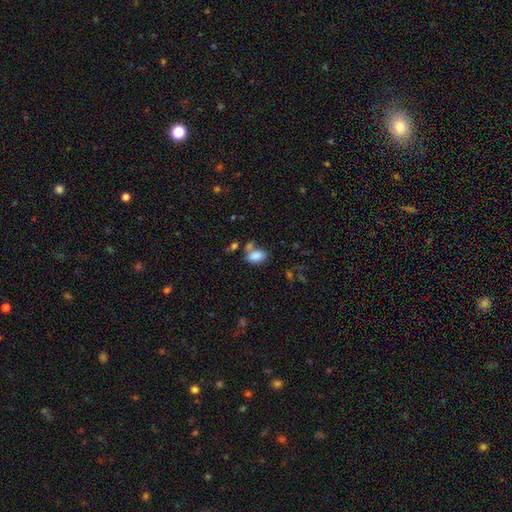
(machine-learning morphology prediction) Smooth or featured: smooth — 83% (star or artifact — 9%)
How rounded: in between — 87% (round — 11%)
Merging: none — 49% (merger — 29%)